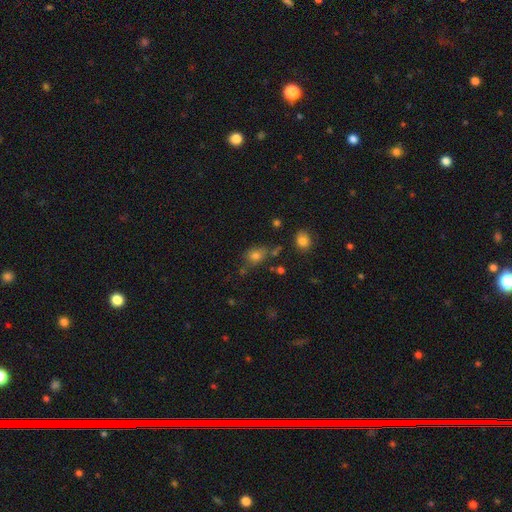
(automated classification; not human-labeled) This is likely a smooth galaxy (76%). How rounded: possibly in between (59%). Merging: likely none (62%).